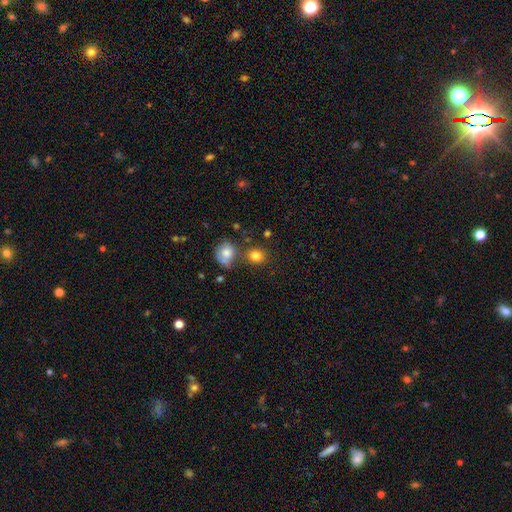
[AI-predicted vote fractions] smooth 82%, star or artifact 11%, featured or disk 7%. Down the decision tree: how rounded — round (74%); merging — none (70%).